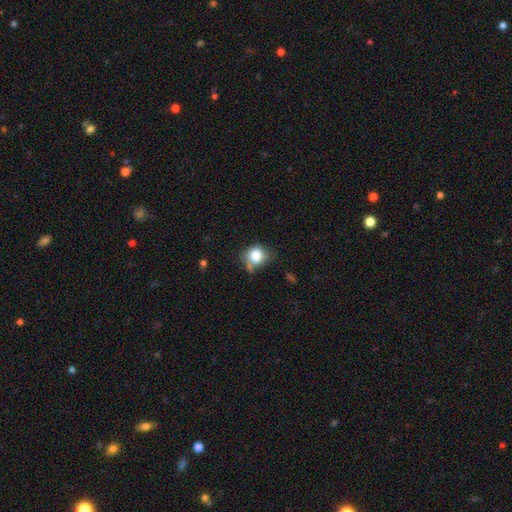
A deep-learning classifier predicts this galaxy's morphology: smooth-or-featured: smooth: 79% | featured or disk: 11% | star or artifact: 10%
  how-rounded: round: 70% | in between: 29% | cigar-shaped: 1%
  merging: none: 50% | minor disturbance: 29% | major disturbance: 11% | merger: 10%